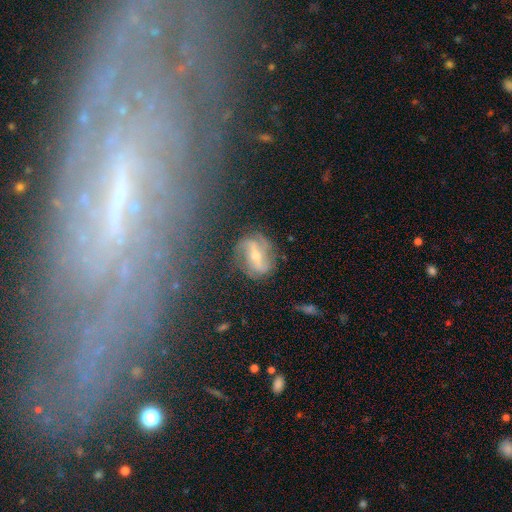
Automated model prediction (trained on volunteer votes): This appears to be a featured or disk galaxy (77%) with a strong bar (49%), 2 (60%) loose (43%) spiral arms (89%) and a moderate central bulge (48%). Merging: none (69%).